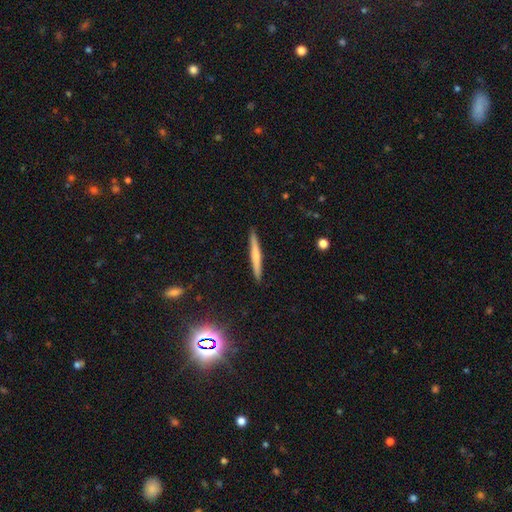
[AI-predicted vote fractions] Smooth or featured: smooth — 54% (featured or disk — 38%)
How rounded: cigar-shaped — 96% (in between — 2%)
Merging: none — 91% (minor disturbance — 6%)